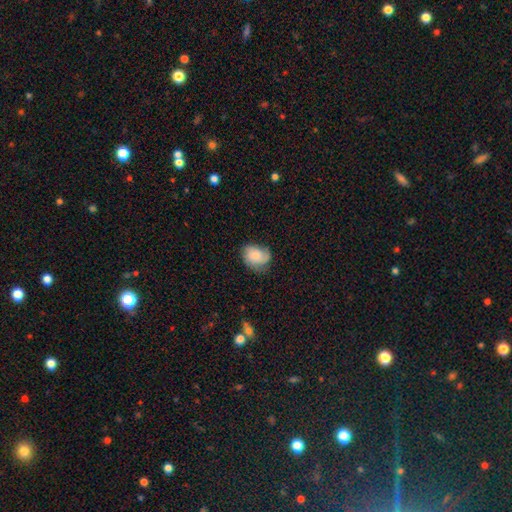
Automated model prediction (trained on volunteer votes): Smooth or featured?
  - smooth: 57% *
  - featured or disk: 35%
  - star or artifact: 8%
How rounded?
  - in between: 57% *
  - round: 42%
  - cigar-shaped: 1%
Merging?
  - none: 56% *
  - minor disturbance: 30%
  - major disturbance: 12%
  - merger: 2%